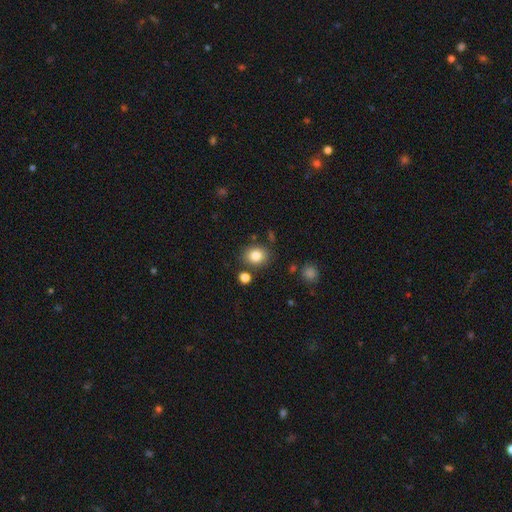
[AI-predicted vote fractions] Smooth or featured? smooth (83%)
How rounded? round (63%)
Merging? none (80%)